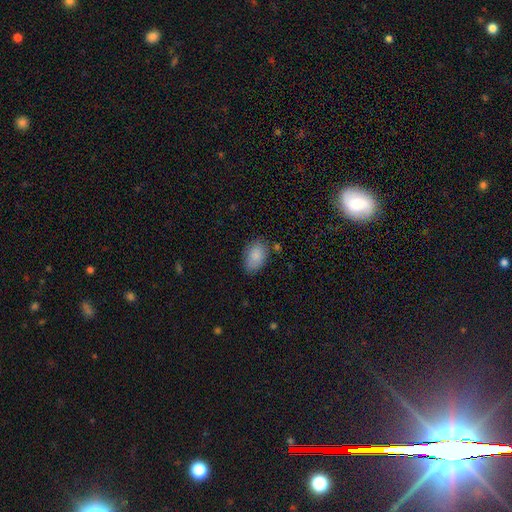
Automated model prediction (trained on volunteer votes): Smooth or featured? Predicted: smooth (p=0.86). How rounded? Predicted: in between (p=0.89). Merging? Predicted: none (p=0.75).